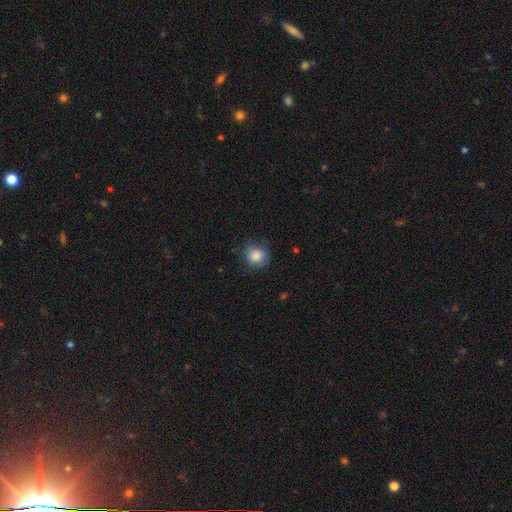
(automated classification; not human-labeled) Q: Smooth or featured?
A: smooth (84%); runner-up: star or artifact (9%)
Q: How rounded?
A: round (83%); runner-up: in between (16%)
Q: Merging?
A: none (74%); runner-up: minor disturbance (19%)